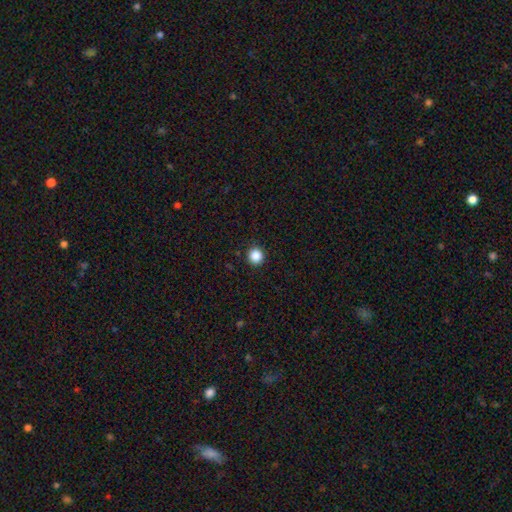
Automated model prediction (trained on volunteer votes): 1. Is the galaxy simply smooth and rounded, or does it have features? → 87% smooth, 11% star or artifact, 3% featured or disk.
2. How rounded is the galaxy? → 94% round, 5% in between, 1% cigar-shaped.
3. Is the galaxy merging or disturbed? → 92% none, 5% minor disturbance, 2% major disturbance, 1% merger.